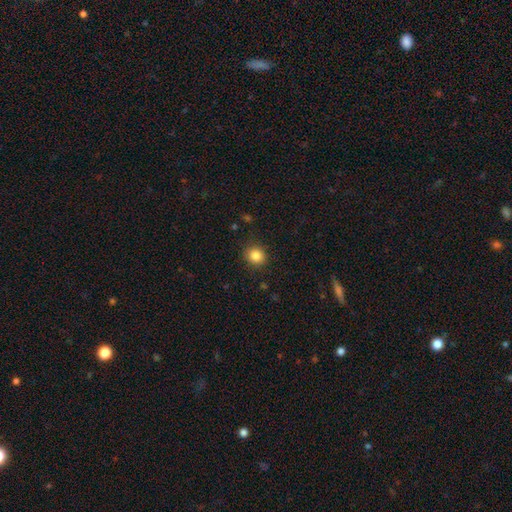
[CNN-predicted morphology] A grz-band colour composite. It shows a smooth galaxy with no disk features (85%) that is round (86%). Merging: none (89%).